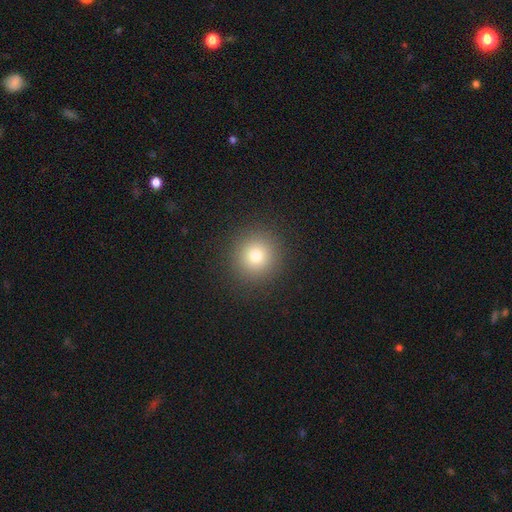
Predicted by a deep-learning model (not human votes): smooth-or-featured: smooth: 77% | star or artifact: 15% | featured or disk: 9%
  how-rounded: round: 94% | in between: 5% | cigar-shaped: 1%
  merging: none: 91% | minor disturbance: 5% | major disturbance: 3% | merger: 1%